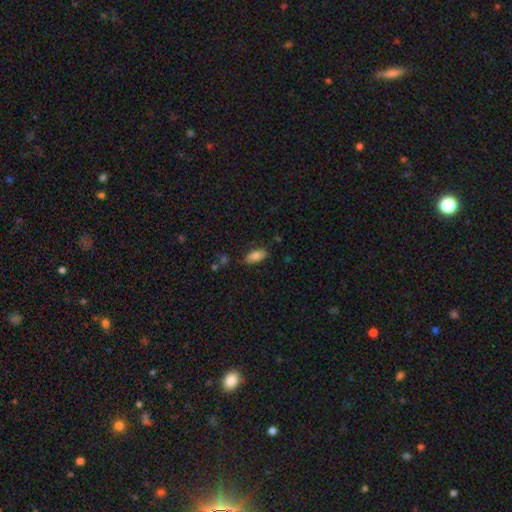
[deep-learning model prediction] A smooth galaxy with no disk features (82%) that is in between round and cigar-shaped (90%). Merging: none (78%).